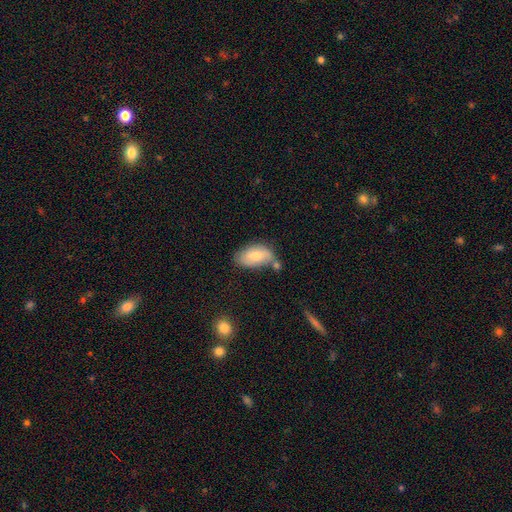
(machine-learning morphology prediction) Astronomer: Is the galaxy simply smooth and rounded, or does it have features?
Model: smooth — 72%.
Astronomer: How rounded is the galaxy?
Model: in between — 93%.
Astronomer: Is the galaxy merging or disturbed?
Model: none — 50%.